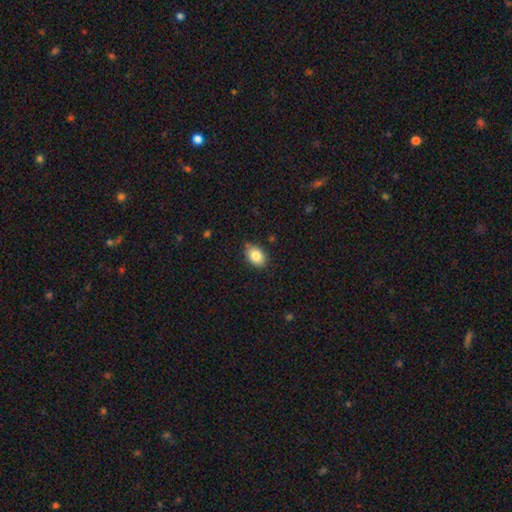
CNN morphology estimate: smooth_or_featured: smooth (p=0.83) [alt: featured or disk p=0.09]
how_rounded: in between (p=0.80) [alt: round p=0.18]
merging: none (p=0.80) [alt: minor disturbance p=0.16]